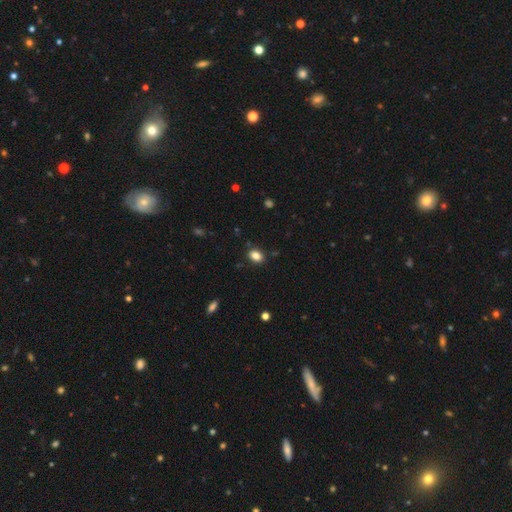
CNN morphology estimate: Q: Smooth or featured?
A: smooth (85%); runner-up: star or artifact (10%)
Q: How rounded?
A: in between (75%); runner-up: round (23%)
Q: Merging?
A: none (86%); runner-up: minor disturbance (10%)